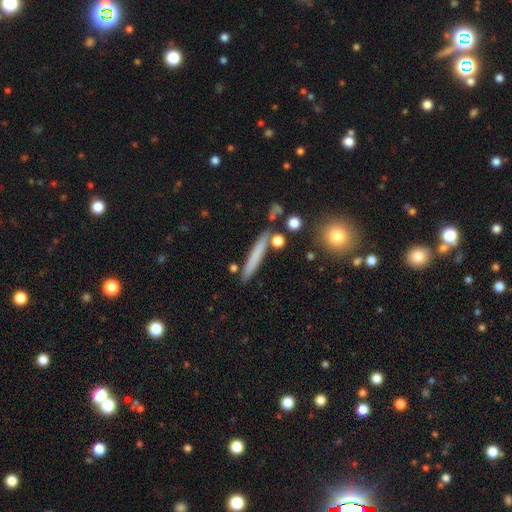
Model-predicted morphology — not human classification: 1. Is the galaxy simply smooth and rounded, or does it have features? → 65% smooth, 28% featured or disk, 8% star or artifact.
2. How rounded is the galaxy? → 94% cigar-shaped, 4% in between, 3% round.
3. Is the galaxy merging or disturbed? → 82% none, 11% minor disturbance, 5% merger, 3% major disturbance.